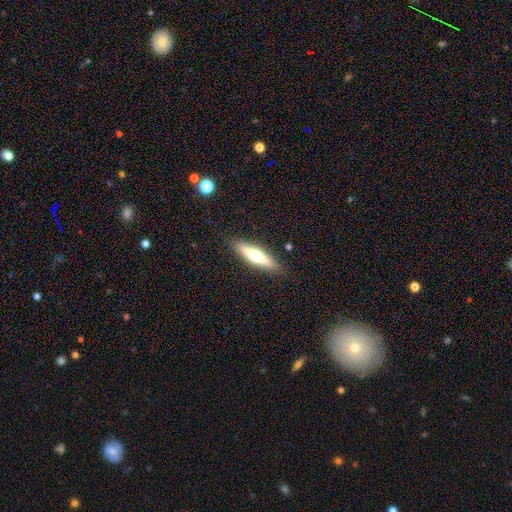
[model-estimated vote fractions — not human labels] smooth_or_featured: smooth (p=0.49) [alt: featured or disk p=0.45]
merging: none (p=0.88) [alt: minor disturbance p=0.09]